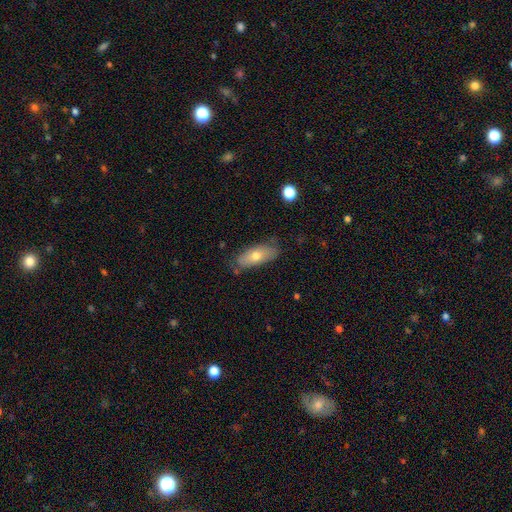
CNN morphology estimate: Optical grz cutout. It shows a smooth galaxy with no disk features (65%) that is in between round and cigar-shaped (75%). Merging: none (75%).